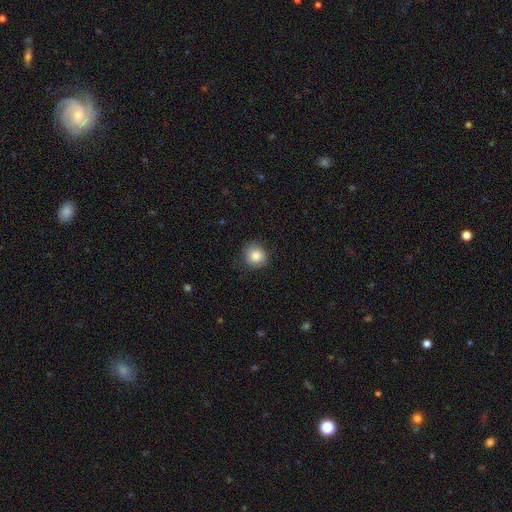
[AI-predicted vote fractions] A smooth galaxy with no disk features (84%) that is round (88%). Merging: none (81%).